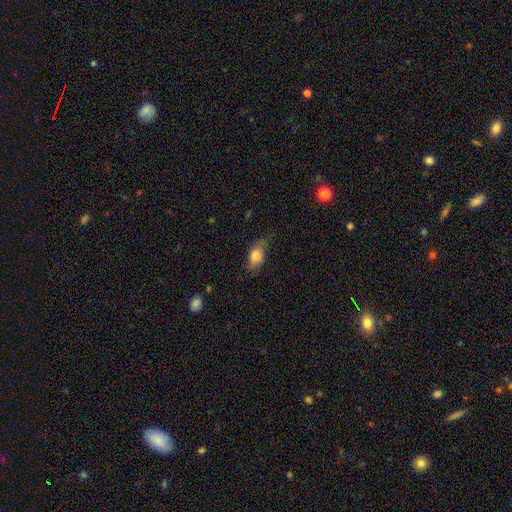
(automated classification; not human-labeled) smooth_or_featured: smooth (p=0.77) [alt: featured or disk p=0.15]
how_rounded: in between (p=0.87) [alt: round p=0.07]
merging: none (p=0.68) [alt: minor disturbance p=0.25]